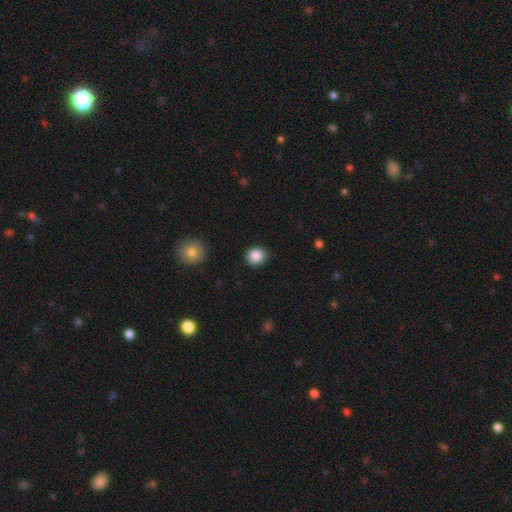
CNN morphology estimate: Smooth or featured: smooth — 87% (star or artifact — 9%)
How rounded: round — 85% (in between — 14%)
Merging: none — 88% (minor disturbance — 8%)